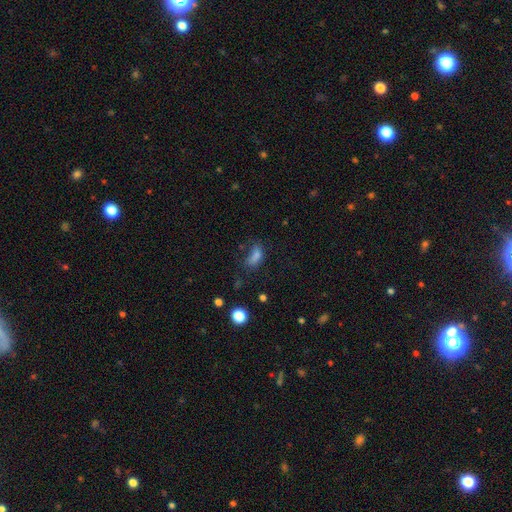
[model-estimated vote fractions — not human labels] smooth_or_featured: smooth (p=0.68) [alt: star or artifact p=0.20]
how_rounded: in between (p=0.77) [alt: cigar-shaped p=0.14]
merging: none (p=0.51) [alt: minor disturbance p=0.25]